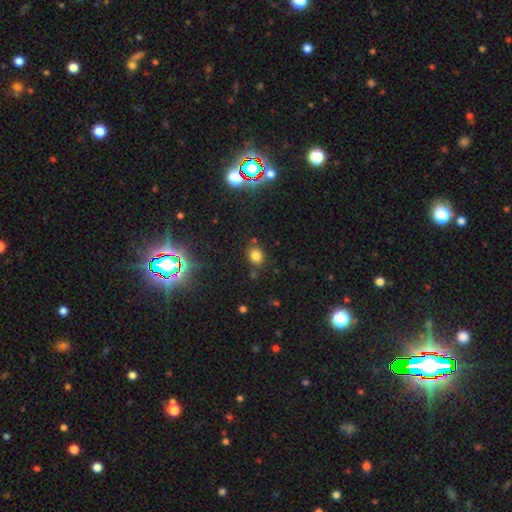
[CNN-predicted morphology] Q: Smooth or featured?
A: smooth (76%); runner-up: star or artifact (17%)
Q: How rounded?
A: round (58%); runner-up: in between (41%)
Q: Merging?
A: none (79%); runner-up: minor disturbance (11%)